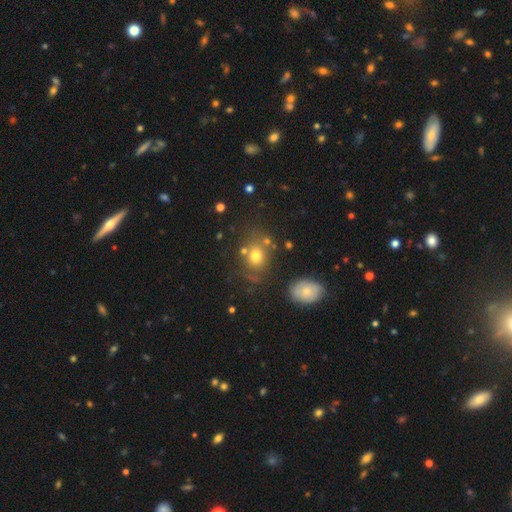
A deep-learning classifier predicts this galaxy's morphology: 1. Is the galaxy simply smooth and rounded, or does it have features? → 71% smooth, 16% star or artifact, 13% featured or disk.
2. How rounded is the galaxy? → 50% round, 49% in between, 1% cigar-shaped.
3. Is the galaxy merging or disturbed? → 69% none, 14% minor disturbance, 10% merger, 7% major disturbance.